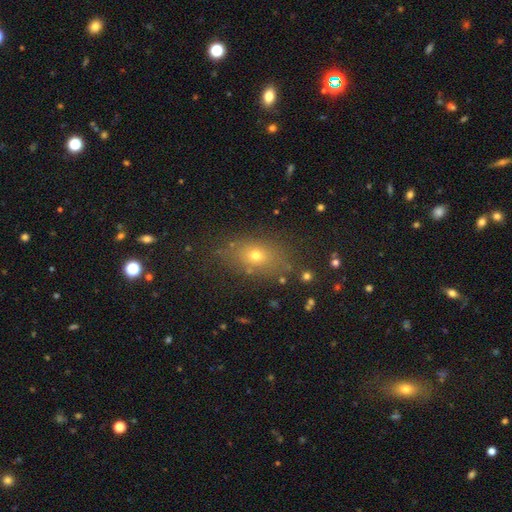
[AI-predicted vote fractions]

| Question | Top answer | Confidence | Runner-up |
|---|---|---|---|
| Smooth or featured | smooth | 67% | star or artifact (17%) |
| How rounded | in between | 72% | round (24%) |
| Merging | none | 80% | minor disturbance (12%) |